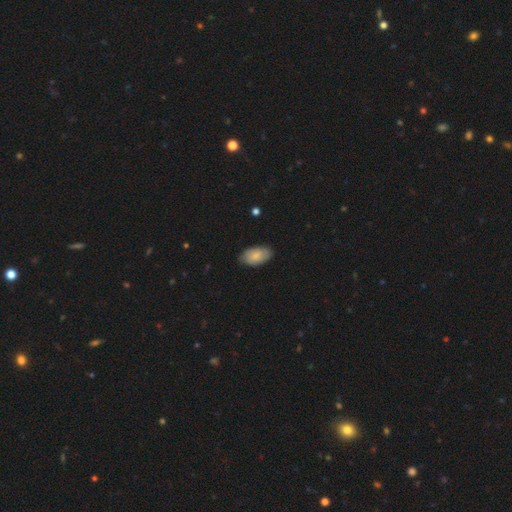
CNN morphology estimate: smooth-or-featured: smooth: 79% | featured or disk: 15% | star or artifact: 6%
  how-rounded: in between: 95% | round: 4% | cigar-shaped: 2%
  merging: none: 80% | minor disturbance: 16% | major disturbance: 3% | merger: 1%